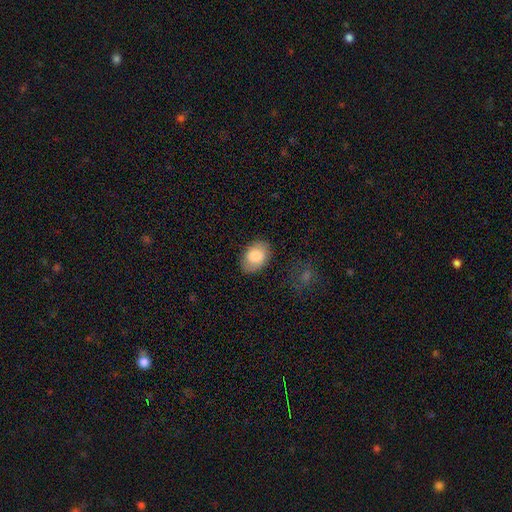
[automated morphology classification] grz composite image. It shows a smooth galaxy with no disk features (82%) that is in between round and cigar-shaped (83%). Merging: none (83%).